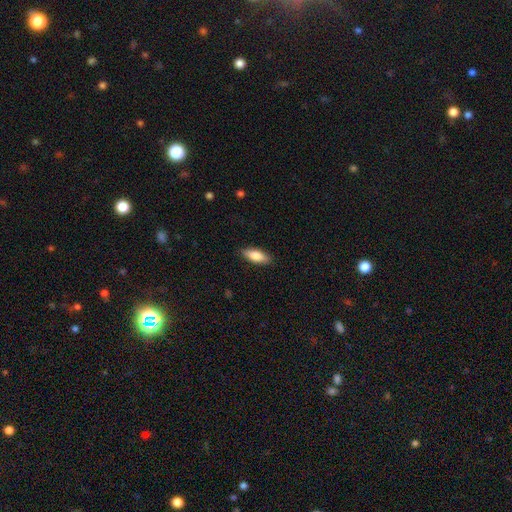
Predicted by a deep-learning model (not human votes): This appears to be a smooth galaxy with no disk features (79%) that is in between round and cigar-shaped (71%). Merging: none (88%).